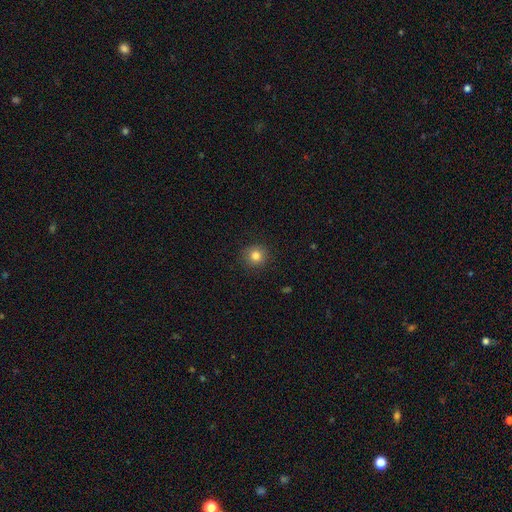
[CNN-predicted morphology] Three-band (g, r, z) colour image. It shows a smooth galaxy with no disk features (82%) that is round (93%). Merging: none (91%).